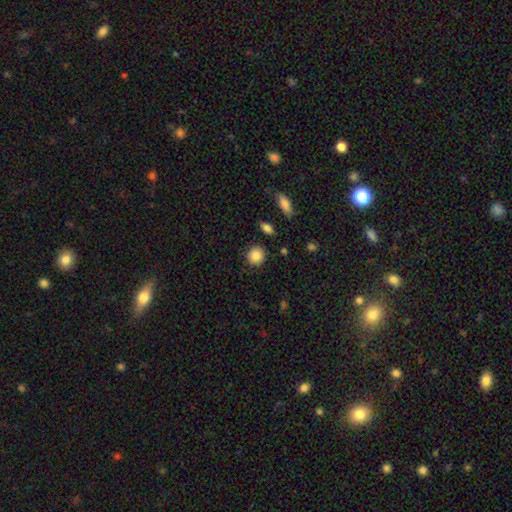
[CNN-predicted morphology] This appears to be a smooth galaxy with no disk features (86%) that is round (89%). Merging: none (88%).